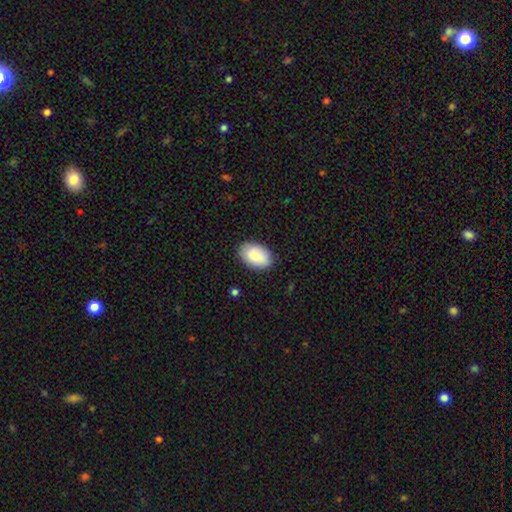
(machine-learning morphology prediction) Smooth or featured? Predicted: smooth (p=0.87). How rounded? Predicted: in between (p=0.93). Merging? Predicted: none (p=0.86).